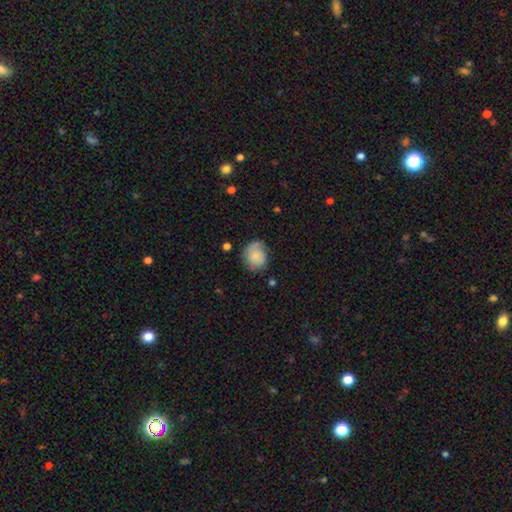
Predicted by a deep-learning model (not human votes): Smooth or featured?
  - smooth: 70% *
  - featured or disk: 22%
  - star or artifact: 8%
How rounded?
  - round: 67% *
  - in between: 32%
  - cigar-shaped: 1%
Merging?
  - none: 59% *
  - minor disturbance: 28%
  - major disturbance: 11%
  - merger: 2%